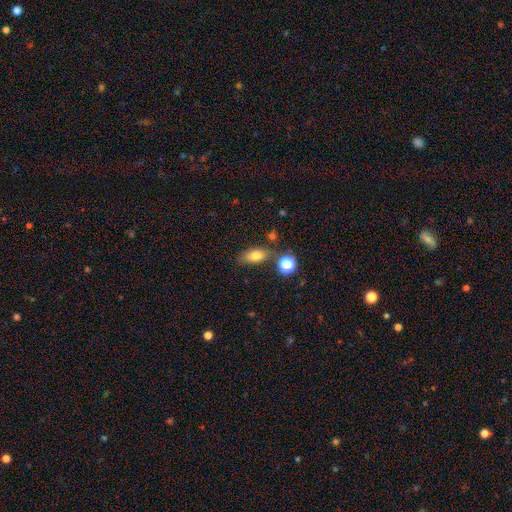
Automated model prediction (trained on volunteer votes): smooth 75%, star or artifact 13%, featured or disk 12%. Down the decision tree: how rounded — in between (80%); merging — none (74%).